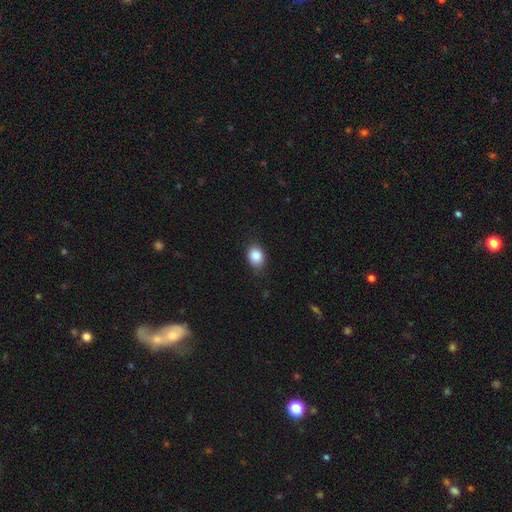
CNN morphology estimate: A smooth galaxy with no disk features (87%) that is in between round and cigar-shaped (59%). Merging: none (78%).